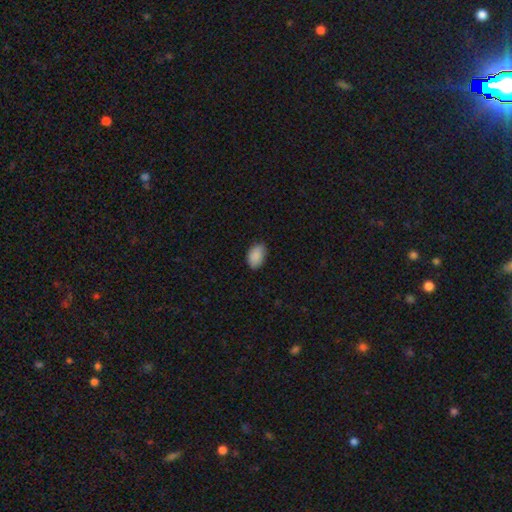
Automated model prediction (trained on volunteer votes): Smooth or featured? smooth (88%)
How rounded? in between (90%)
Merging? none (75%)